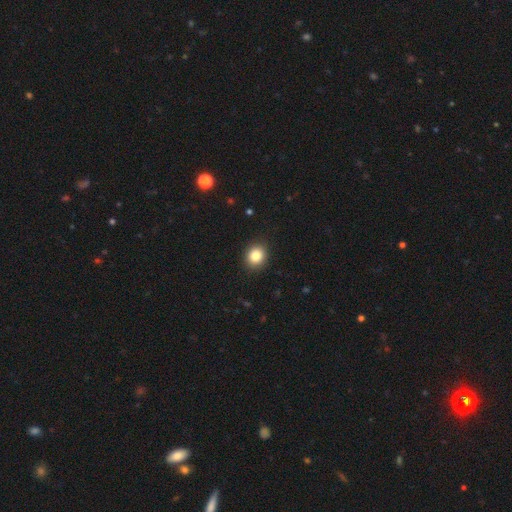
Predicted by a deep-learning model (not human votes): smooth-or-featured: smooth: 85% | star or artifact: 10% | featured or disk: 5%
  how-rounded: round: 68% | in between: 31% | cigar-shaped: 1%
  merging: none: 89% | minor disturbance: 8% | major disturbance: 2% | merger: 1%